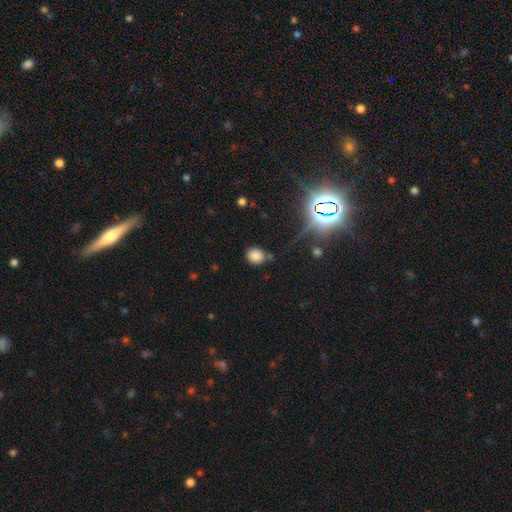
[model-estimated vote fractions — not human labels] smooth 81%, star or artifact 14%, featured or disk 5%. Down the decision tree: how rounded — round (67%); merging — none (76%).